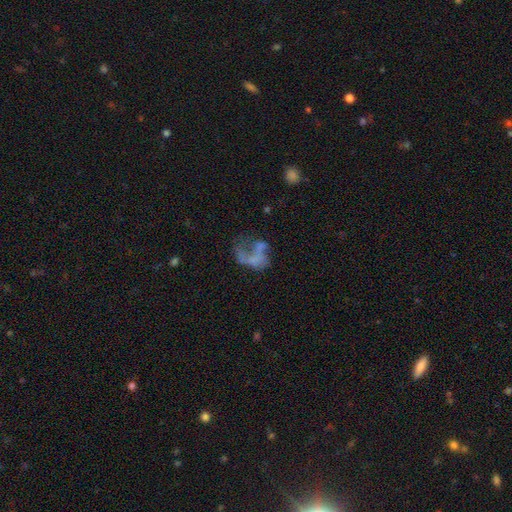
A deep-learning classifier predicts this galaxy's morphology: A featured or disk galaxy (52%) with no bar (88%), no spiral arms (84%) and no central bulge (82%). Merging: major disturbance (42%).